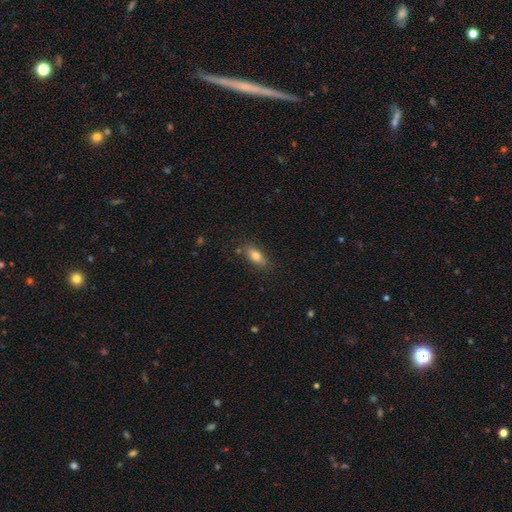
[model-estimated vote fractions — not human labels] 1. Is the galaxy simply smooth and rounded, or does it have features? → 78% smooth, 14% featured or disk, 8% star or artifact.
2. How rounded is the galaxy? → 81% in between, 14% cigar-shaped, 5% round.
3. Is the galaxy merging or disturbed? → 80% none, 14% minor disturbance, 3% major disturbance, 3% merger.